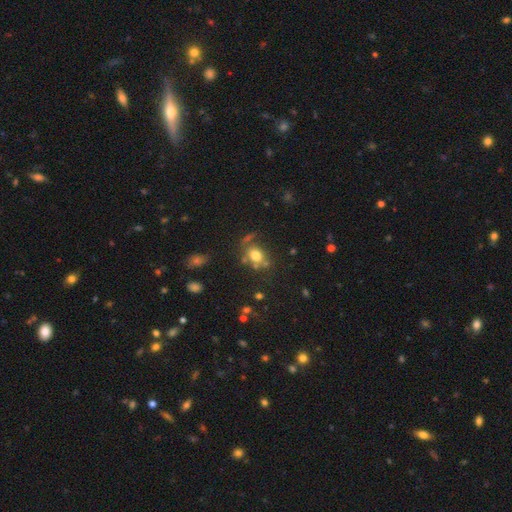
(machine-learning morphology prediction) Smooth or featured: smooth — 72% (star or artifact — 14%)
How rounded: round — 52% (in between — 47%)
Merging: none — 58% (minor disturbance — 17%)